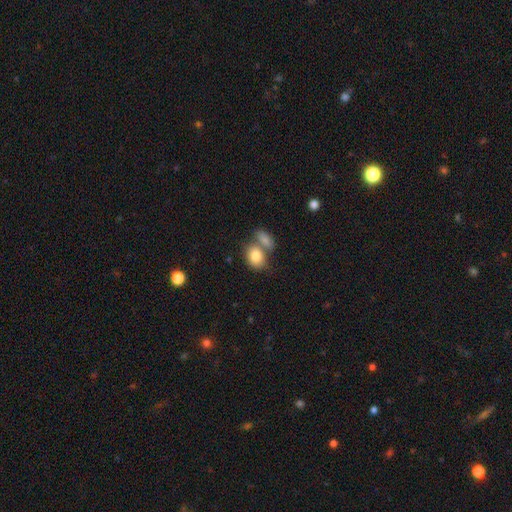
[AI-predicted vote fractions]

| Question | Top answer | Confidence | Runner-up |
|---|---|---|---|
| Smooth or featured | smooth | 82% | featured or disk (10%) |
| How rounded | in between | 61% | round (37%) |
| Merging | merger | 45% | none (40%) |